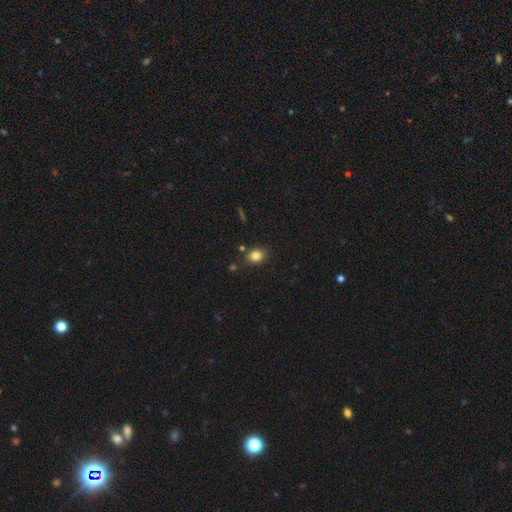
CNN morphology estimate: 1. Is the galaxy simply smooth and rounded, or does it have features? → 82% smooth, 11% star or artifact, 7% featured or disk.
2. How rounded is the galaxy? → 55% in between, 44% round, 1% cigar-shaped.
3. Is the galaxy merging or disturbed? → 81% none, 12% minor disturbance, 4% merger, 3% major disturbance.